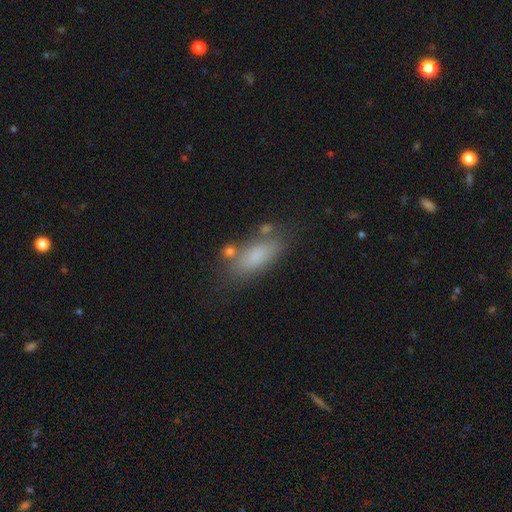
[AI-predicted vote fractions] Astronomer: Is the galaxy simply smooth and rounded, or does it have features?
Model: smooth — 77%.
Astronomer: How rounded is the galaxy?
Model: in between — 75%.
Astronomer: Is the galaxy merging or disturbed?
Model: none — 65%.